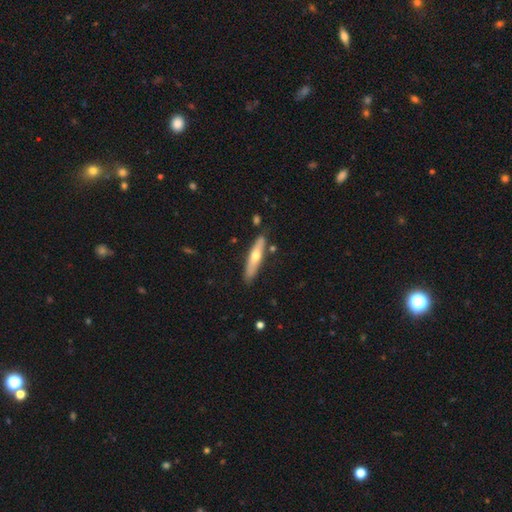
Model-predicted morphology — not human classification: Smooth or featured? smooth (49%)
Merging? none (83%)